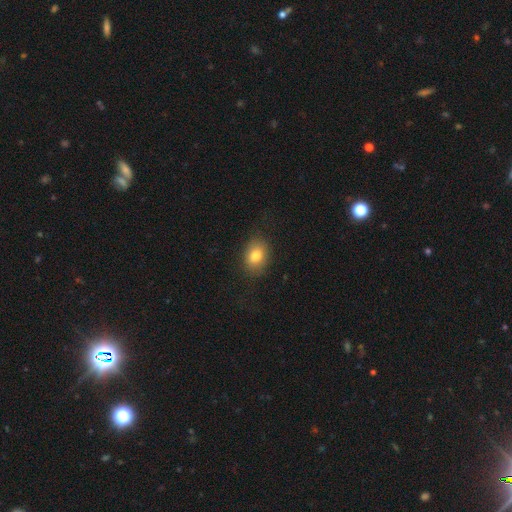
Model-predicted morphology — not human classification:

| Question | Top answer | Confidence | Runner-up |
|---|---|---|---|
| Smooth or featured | smooth | 80% | featured or disk (10%) |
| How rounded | in between | 67% | round (32%) |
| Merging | none | 83% | minor disturbance (12%) |